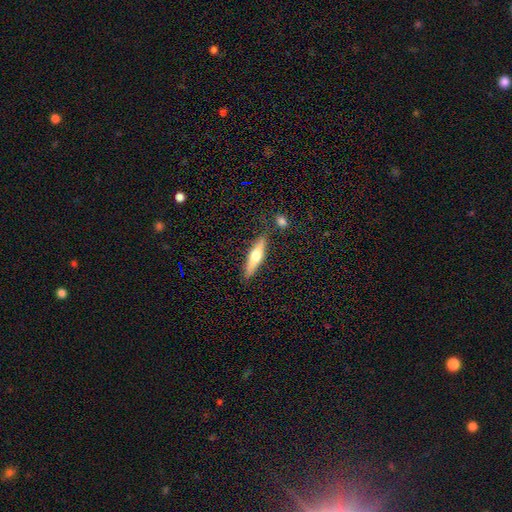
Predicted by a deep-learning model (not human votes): A smooth galaxy with no disk features (48%). Merging: none (83%).